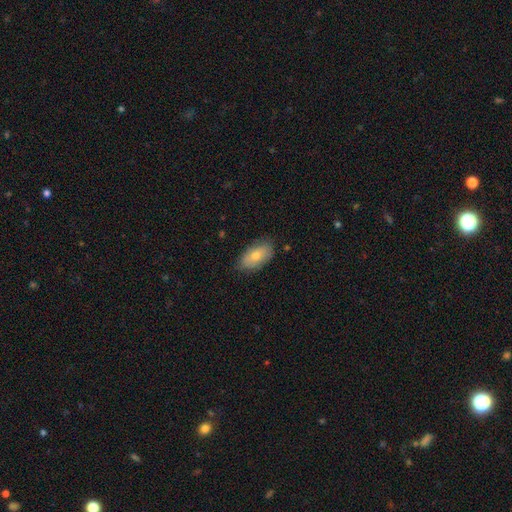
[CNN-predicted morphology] Smooth or featured? smooth (75%)
How rounded? in between (93%)
Merging? none (81%)